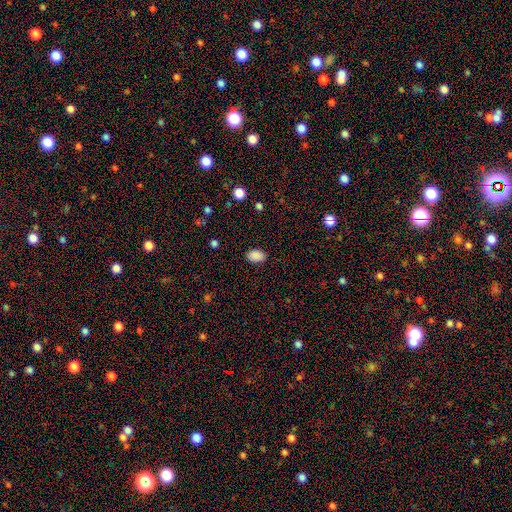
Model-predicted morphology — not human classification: type=smooth (89%); roundness=in between (89%); merging=none (88%).